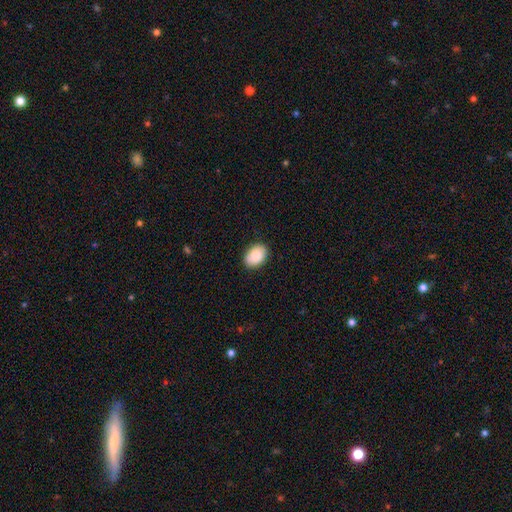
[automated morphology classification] Smooth or featured? smooth (88%)
How rounded? in between (83%)
Merging? none (87%)